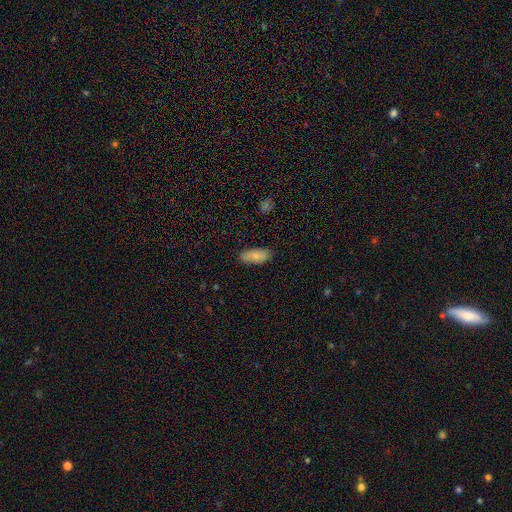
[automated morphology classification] Smooth or featured?
  - smooth: 84% *
  - featured or disk: 9%
  - star or artifact: 7%
How rounded?
  - in between: 85% *
  - cigar-shaped: 13%
  - round: 2%
Merging?
  - none: 83% *
  - minor disturbance: 13%
  - major disturbance: 2%
  - merger: 1%